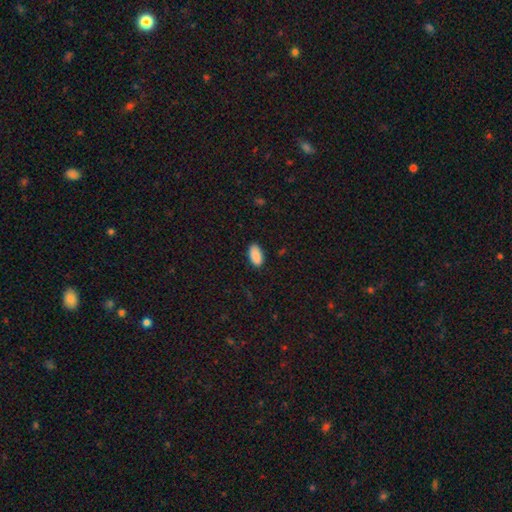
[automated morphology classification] The model was most divided on "merging": none: 86%, minor disturbance: 10%, major disturbance: 2%, merger: 1%. More confident: how rounded — in between (94%); smooth or featured — smooth (90%).